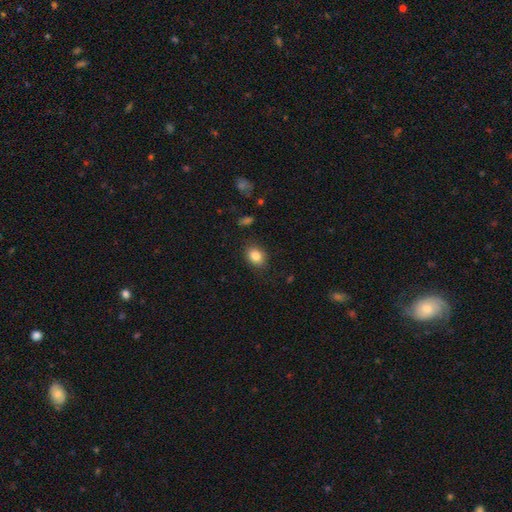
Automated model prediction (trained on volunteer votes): A smooth galaxy with no disk features (84%) that is in between round and cigar-shaped (58%). Merging: none (85%).